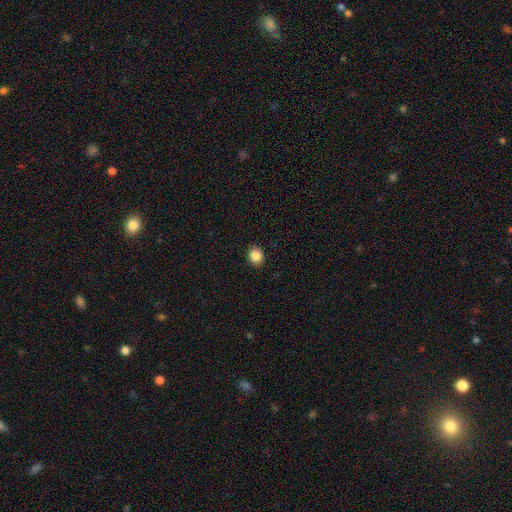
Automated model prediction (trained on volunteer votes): Smooth or featured: smooth — 86% (star or artifact — 10%)
How rounded: round — 69% (in between — 31%)
Merging: none — 91% (minor disturbance — 6%)